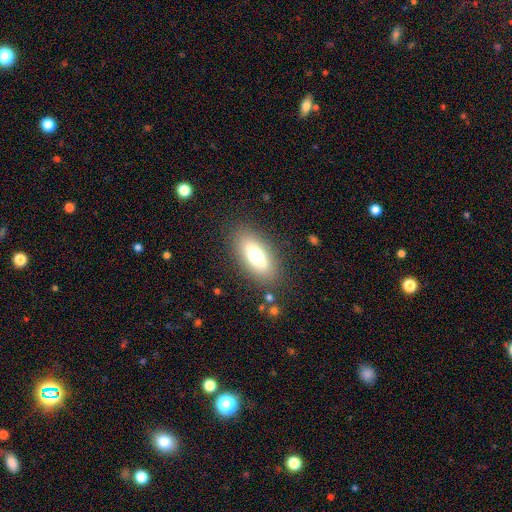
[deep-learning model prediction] Smooth or featured? smooth (64%)
How rounded? in between (78%)
Merging? none (81%)